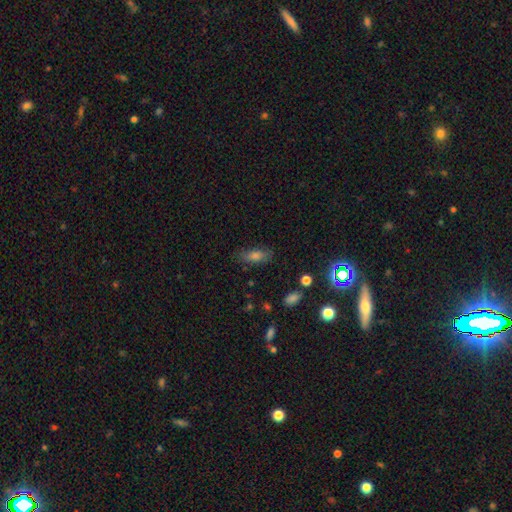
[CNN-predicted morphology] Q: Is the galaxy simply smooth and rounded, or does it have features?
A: smooth — 71%.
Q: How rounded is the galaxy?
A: in between — 74%.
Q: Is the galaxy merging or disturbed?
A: none — 79%.